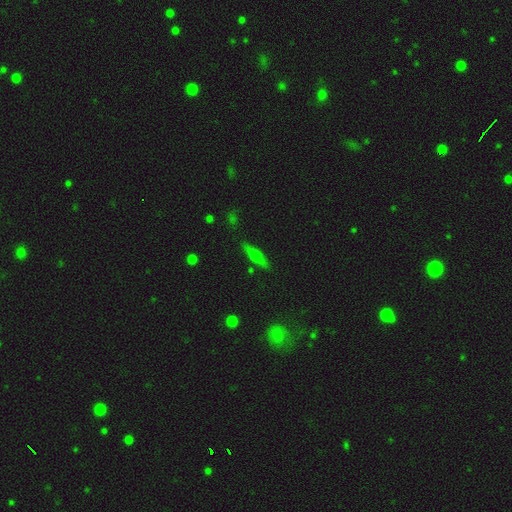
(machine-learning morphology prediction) type=featured or disk (51%); edge-on=yes (92%); merging=none (85%).